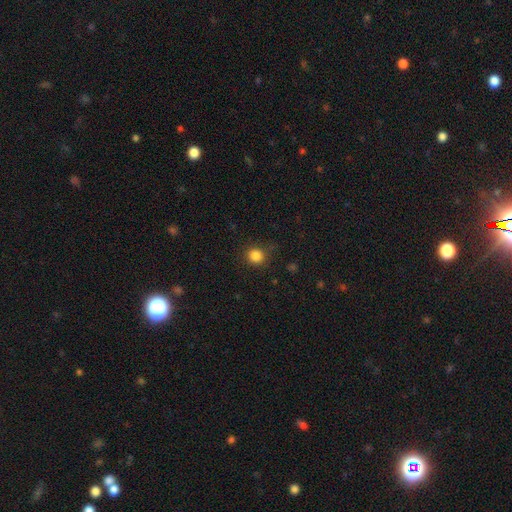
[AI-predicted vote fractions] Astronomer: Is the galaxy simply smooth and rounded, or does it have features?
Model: smooth — 84%.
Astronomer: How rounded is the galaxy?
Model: round — 91%.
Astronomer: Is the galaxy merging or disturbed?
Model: none — 83%.